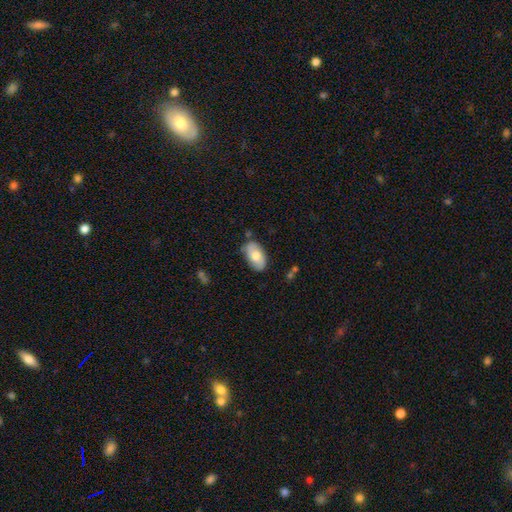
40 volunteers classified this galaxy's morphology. smooth 65%, featured or disk 28%, star or artifact 8%. Down the decision tree: how rounded — in between (100%); merging — none (76%).